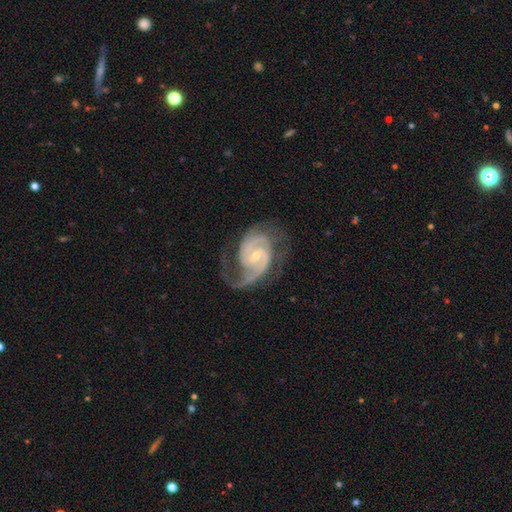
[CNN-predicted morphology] This appears to be a featured or disk galaxy (92%) with a weak bar (44%), 2 (76%) medium (51%) spiral arms (98%) and a small central bulge (69%). Merging: none (64%).